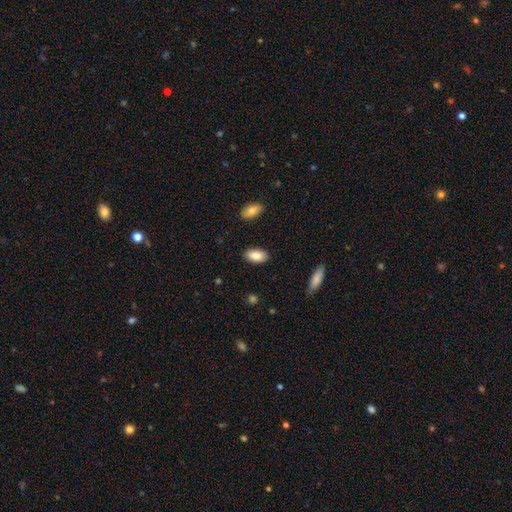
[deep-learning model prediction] A smooth galaxy with no disk features (83%) that is in between round and cigar-shaped (93%). Merging: none (88%).